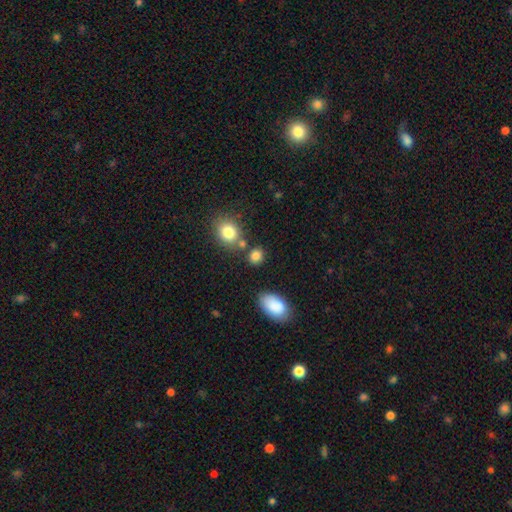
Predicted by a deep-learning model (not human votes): Smooth or featured? smooth (83%)
How rounded? round (67%)
Merging? none (73%)